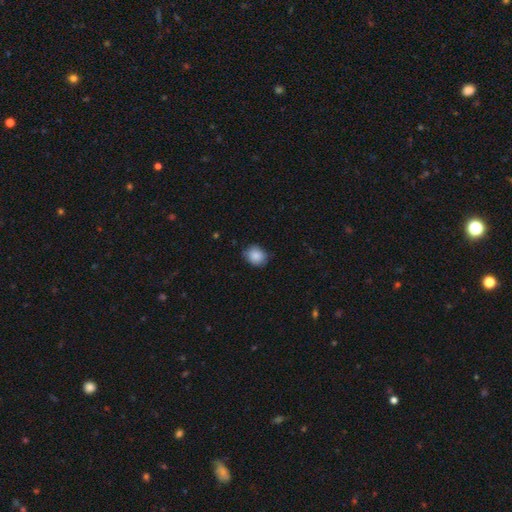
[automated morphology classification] type=smooth (88%); roundness=round (63%); merging=none (76%).